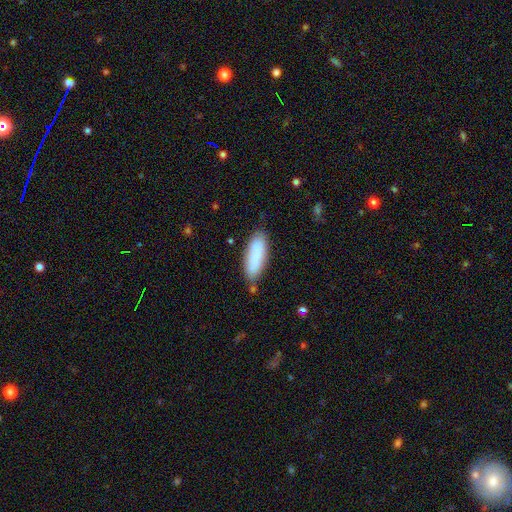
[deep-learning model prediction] smooth-or-featured: smooth: 87% | featured or disk: 7% | star or artifact: 6%
  how-rounded: in between: 65% | cigar-shaped: 33% | round: 2%
  merging: none: 79% | minor disturbance: 15% | major disturbance: 3% | merger: 3%